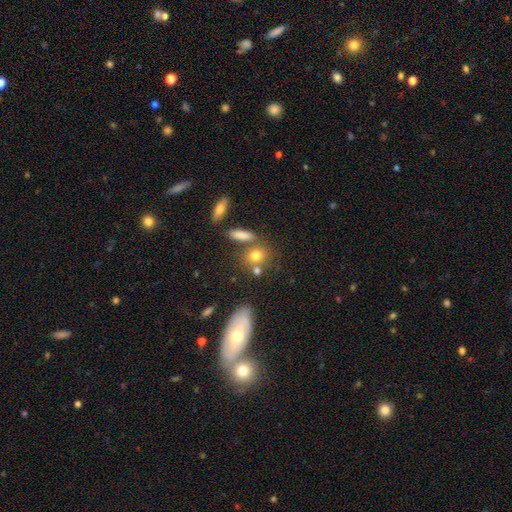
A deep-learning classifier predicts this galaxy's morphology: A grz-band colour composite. It shows a smooth galaxy with no disk features (75%) that is round (61%). Merging: none (60%).